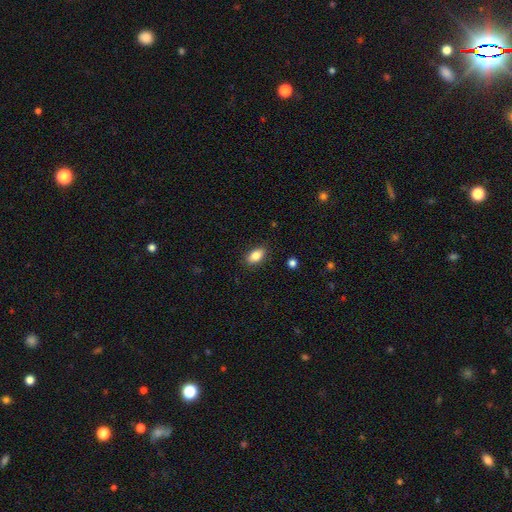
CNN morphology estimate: smooth 84%, star or artifact 8%, featured or disk 8%. Down the decision tree: how rounded — in between (89%); merging — none (87%).